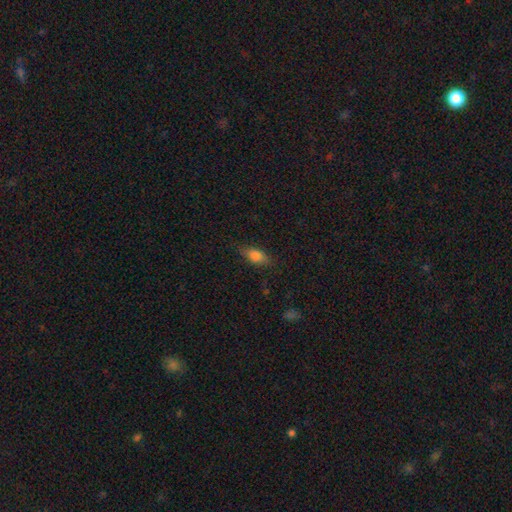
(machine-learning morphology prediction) smooth-or-featured: smooth: 78% | featured or disk: 13% | star or artifact: 9%
  how-rounded: in between: 83% | cigar-shaped: 12% | round: 5%
  merging: none: 79% | minor disturbance: 16% | major disturbance: 4% | merger: 1%